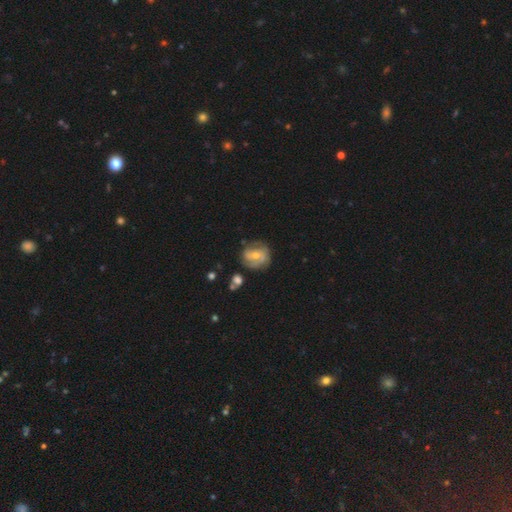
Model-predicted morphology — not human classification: type=featured or disk (63%); edge-on=no (97%); bar=no (50%); spiral arms=yes (77%); bulge=small (49%); merging=none (62%).